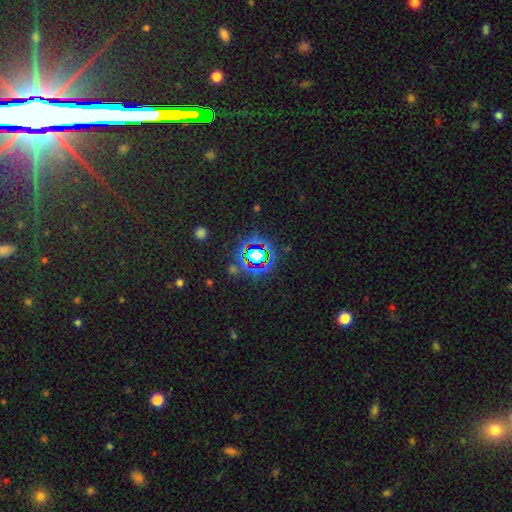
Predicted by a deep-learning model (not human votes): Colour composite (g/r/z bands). It shows a star or artifact, not a galaxy (70%).